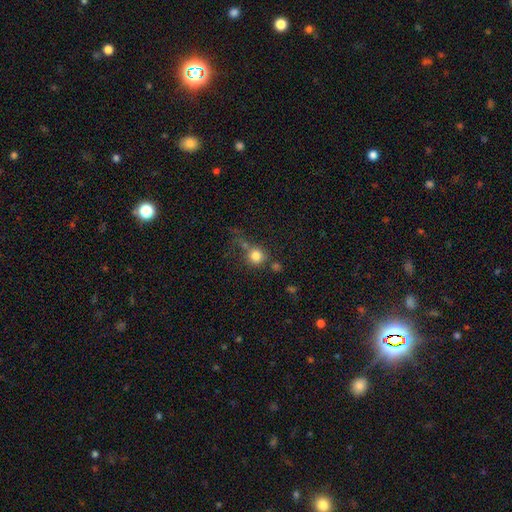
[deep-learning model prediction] smooth 79%, star or artifact 12%, featured or disk 9%. Down the decision tree: how rounded — round (89%); merging — none (54%).